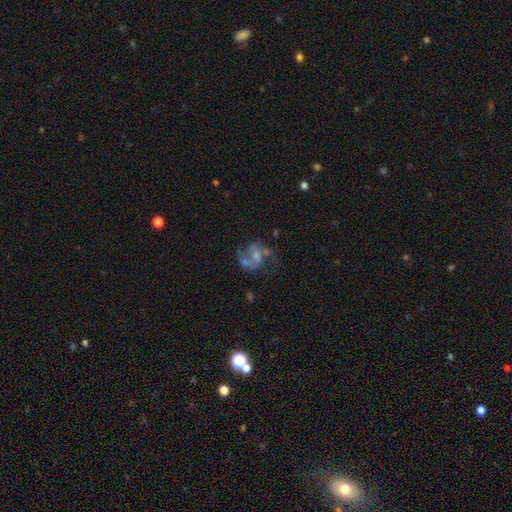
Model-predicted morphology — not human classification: featured or disk 73%, star or artifact 14%, smooth 13%. Down the decision tree: edge-on disk — no (98%); bar — no (55%); spiral arms — yes (86%); spiral arm count — 2 (77%); spiral winding — medium (47%); bulge size — small (39%); merging — none (54%).